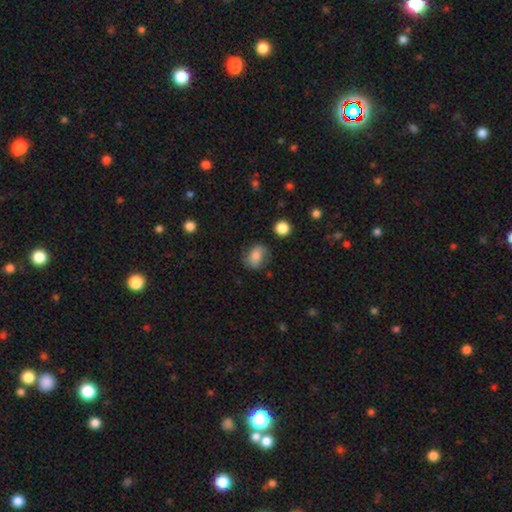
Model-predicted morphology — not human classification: The model was most divided on "how rounded": in between: 59%, round: 40%, cigar-shaped: 1%. More confident: smooth or featured — smooth (72%); merging — none (67%).